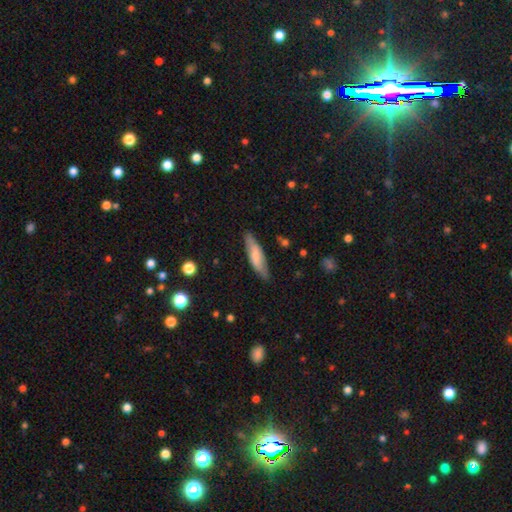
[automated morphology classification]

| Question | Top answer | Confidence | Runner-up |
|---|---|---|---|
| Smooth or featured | smooth | 67% | featured or disk (27%) |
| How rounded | cigar-shaped | 65% | in between (34%) |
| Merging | none | 79% | minor disturbance (16%) |